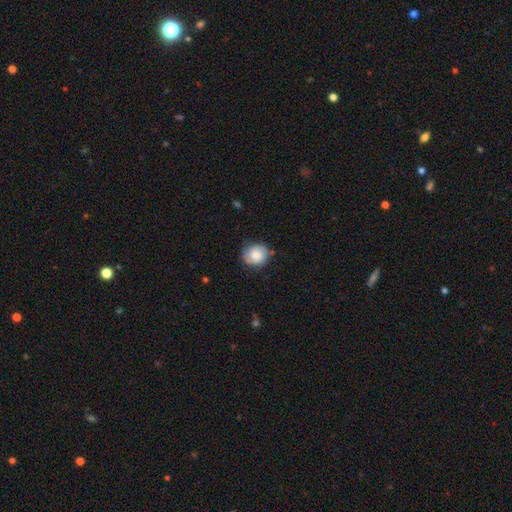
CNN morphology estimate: A smooth galaxy with no disk features (70%) that is round (80%).

Vote fractions:
- Smooth or featured? smooth: 70% / featured or disk: 22% / star or artifact: 8%
- How rounded? round: 80% / in between: 20% / cigar-shaped: 1%
- Merging? none: 72% / minor disturbance: 22% / major disturbance: 5% / merger: 2%